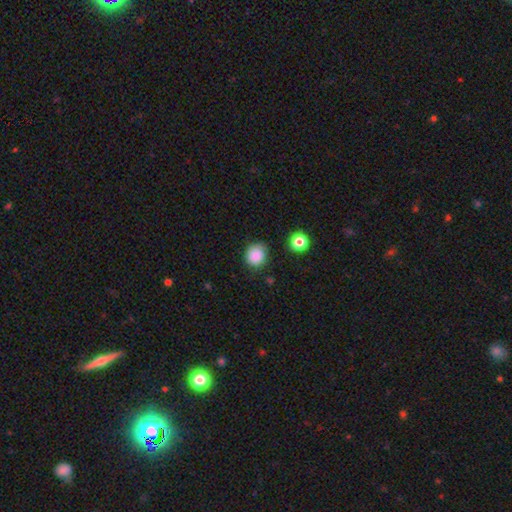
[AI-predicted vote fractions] The model was most divided on "how rounded": round: 76%, in between: 23%, cigar-shaped: 1%. More confident: smooth or featured — smooth (85%); merging — none (73%).